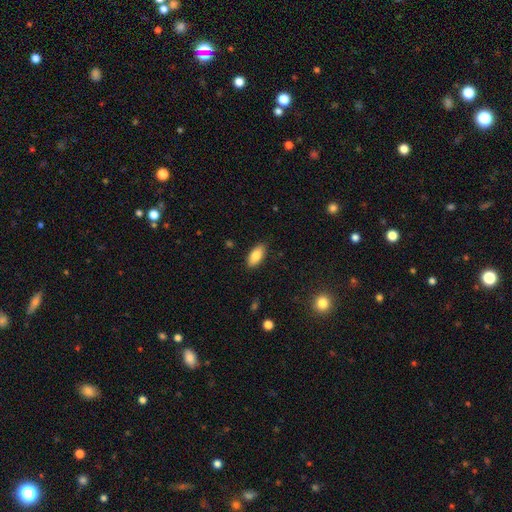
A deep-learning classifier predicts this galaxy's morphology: Q: Smooth or featured?
A: smooth (85%); runner-up: featured or disk (8%)
Q: How rounded?
A: in between (90%); runner-up: cigar-shaped (7%)
Q: Merging?
A: none (87%); runner-up: minor disturbance (10%)